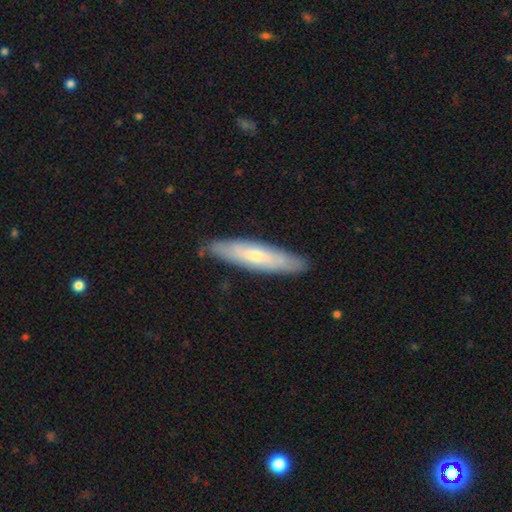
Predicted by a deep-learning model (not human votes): Smooth or featured? Predicted: smooth (p=0.51). How rounded? Predicted: cigar-shaped (p=0.79). Merging? Predicted: none (p=0.86).